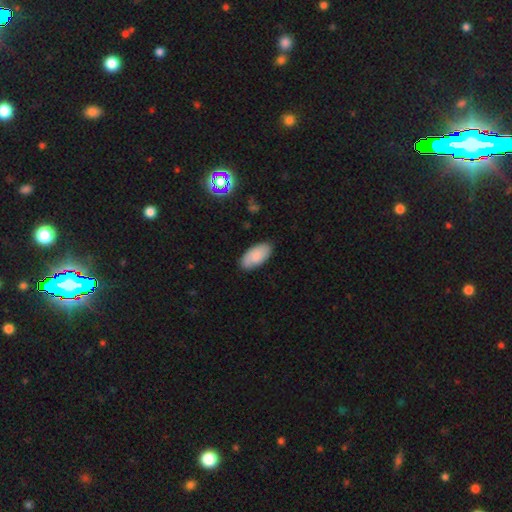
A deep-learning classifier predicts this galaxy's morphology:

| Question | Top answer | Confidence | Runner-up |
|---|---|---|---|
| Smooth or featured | smooth | 82% | featured or disk (12%) |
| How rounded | in between | 94% | cigar-shaped (4%) |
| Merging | none | 83% | minor disturbance (14%) |